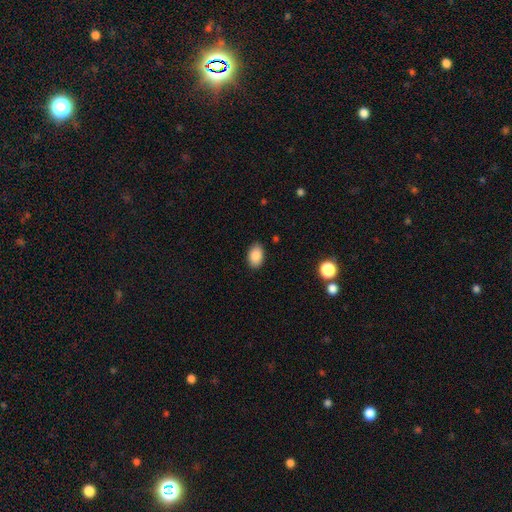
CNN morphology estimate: Overall: smooth (87%). How rounded: in between (89%). Merging: none (87%).